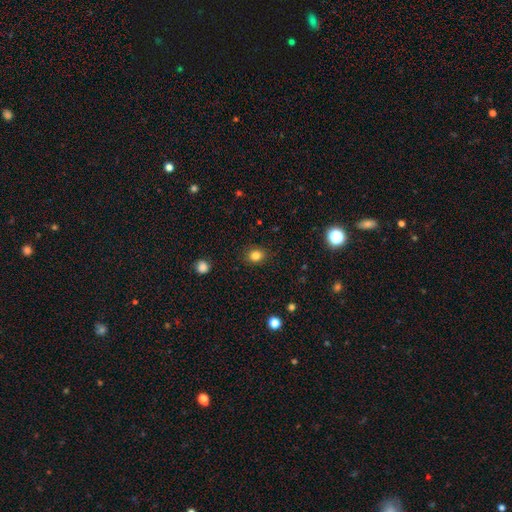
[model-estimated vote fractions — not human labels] Smooth or featured? smooth (82%)
How rounded? round (67%)
Merging? none (88%)